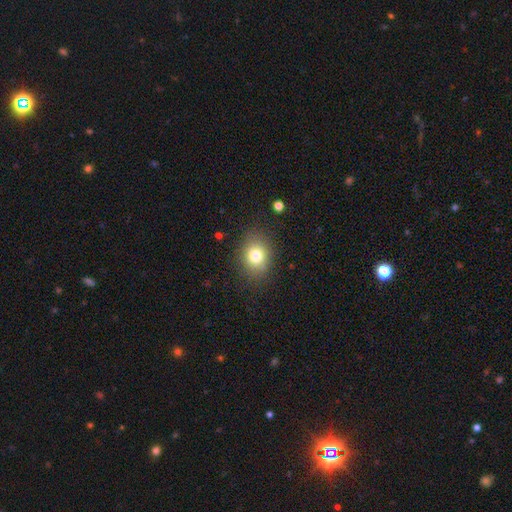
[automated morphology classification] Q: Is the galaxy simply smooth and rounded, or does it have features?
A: smooth — 78%.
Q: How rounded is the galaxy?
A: round — 56%.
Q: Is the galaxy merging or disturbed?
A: none — 84%.